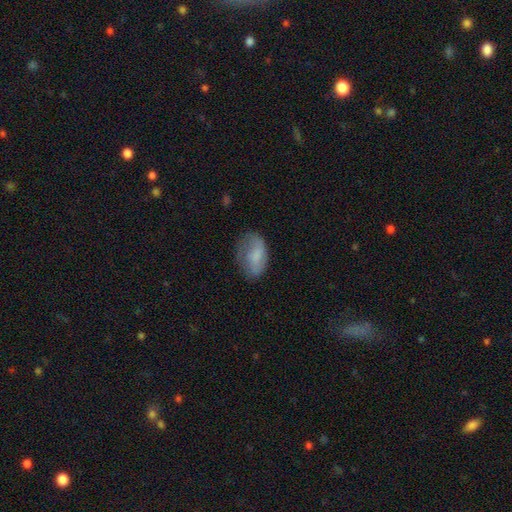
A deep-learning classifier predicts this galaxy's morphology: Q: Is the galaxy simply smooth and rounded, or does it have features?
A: smooth — 65%.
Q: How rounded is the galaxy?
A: in between — 89%.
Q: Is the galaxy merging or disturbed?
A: none — 53%.